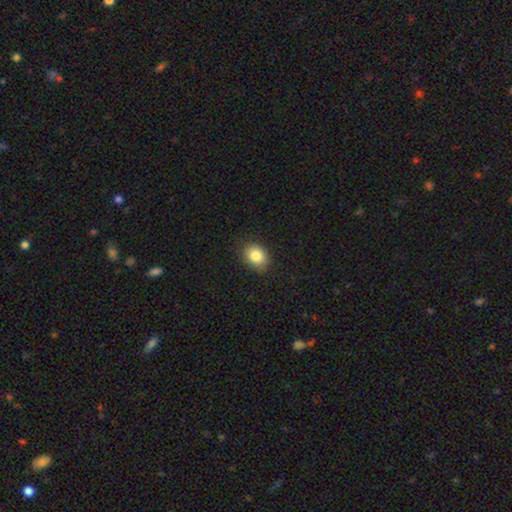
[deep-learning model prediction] Morphology: type=smooth (84%); roundness=in between (53%); merging=none (83%).